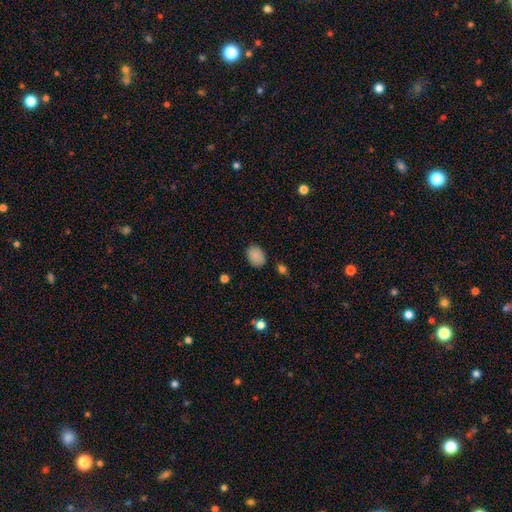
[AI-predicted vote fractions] Overall: smooth (88%). How rounded: in between (73%). Merging: none (81%).